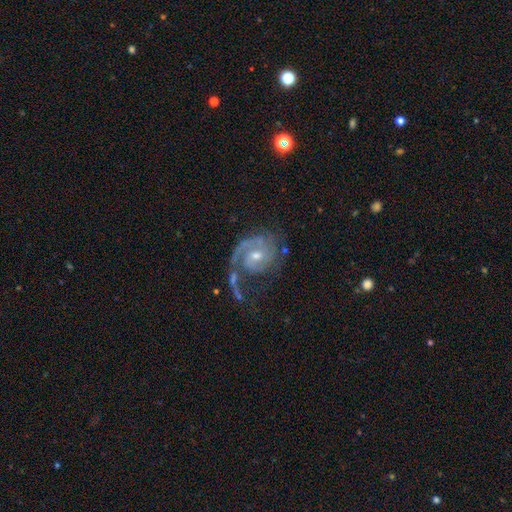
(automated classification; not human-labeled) Smooth or featured? featured or disk (90%)
Edge-on disk? no (98%)
Bar? no (59%)
Spiral arms? yes (97%)
Spiral winding? tight (45%)
Spiral arm count? 2 (46%)
Bulge size? moderate (49%)
Merging? none (48%)